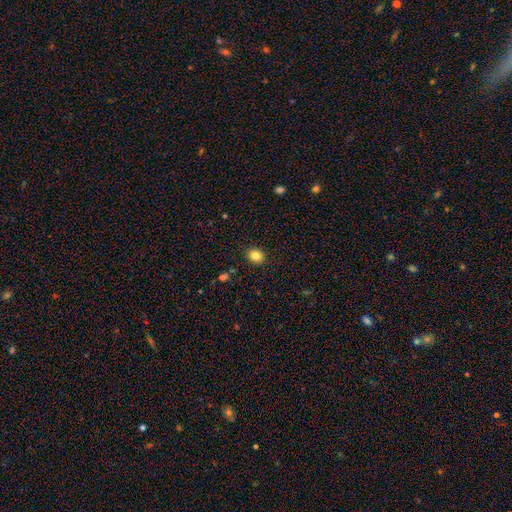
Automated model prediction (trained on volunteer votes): This appears to be a smooth galaxy with no disk features (82%) that is round (66%). Merging: none (90%).